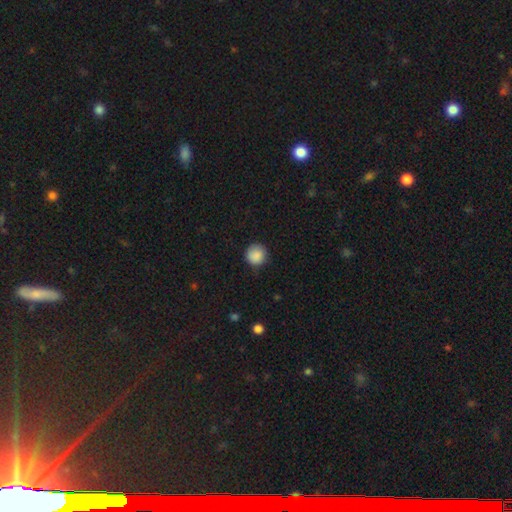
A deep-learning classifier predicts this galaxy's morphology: type=smooth (88%); roundness=round (94%); merging=none (84%).